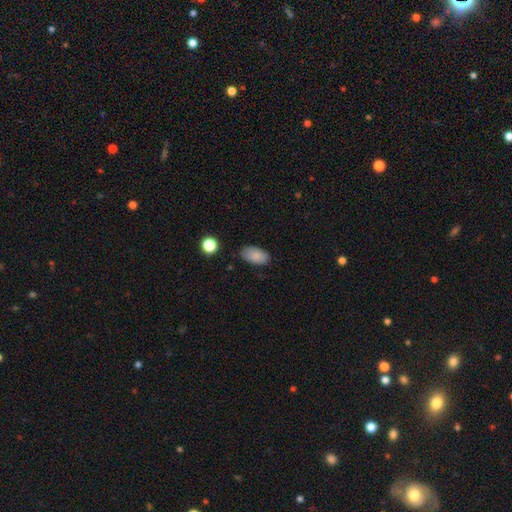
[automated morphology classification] This appears to be a smooth galaxy with no disk features (85%) that is in between round and cigar-shaped (93%). Merging: none (81%).